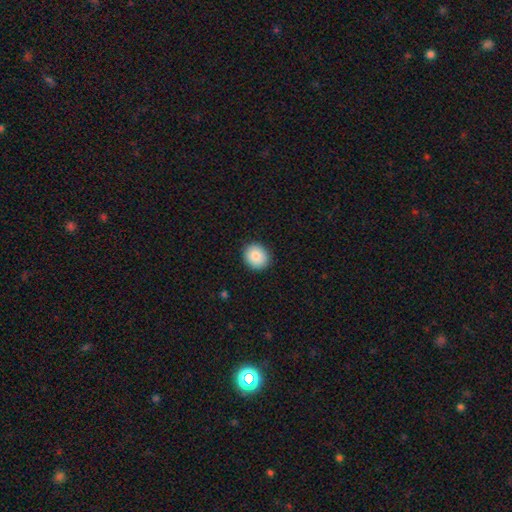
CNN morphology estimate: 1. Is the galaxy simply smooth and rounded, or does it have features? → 85% smooth, 8% star or artifact, 7% featured or disk.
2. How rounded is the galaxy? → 74% round, 25% in between, 1% cigar-shaped.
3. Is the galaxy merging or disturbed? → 90% none, 7% minor disturbance, 2% major disturbance, 1% merger.